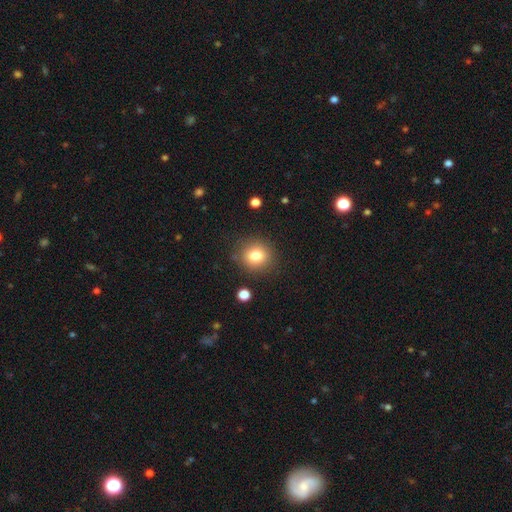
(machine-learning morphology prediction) Smooth or featured? smooth (79%)
How rounded? round (83%)
Merging? none (85%)